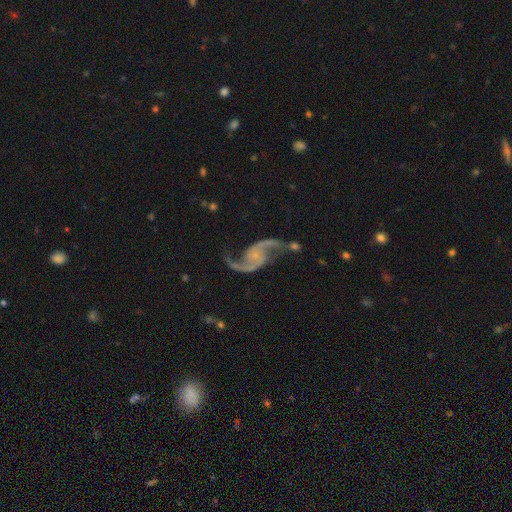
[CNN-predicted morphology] The model was most divided on "bar": no: 64%, weak: 28%, strong: 9%. More confident: spiral arms — yes (98%); edge-on disk — no (98%); spiral arm count — 2 (94%); smooth or featured — featured or disk (93%); spiral winding — loose (70%); merging — none (68%); bulge size — small (66%).